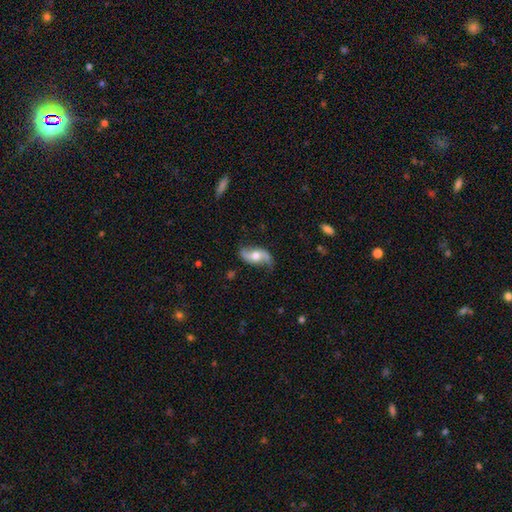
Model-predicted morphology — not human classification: A featured or disk galaxy (80%) with no bar (60%), 2 (93%) loose (82%) spiral arms (94%) and a moderate central bulge (72%). Merging: none (76%).